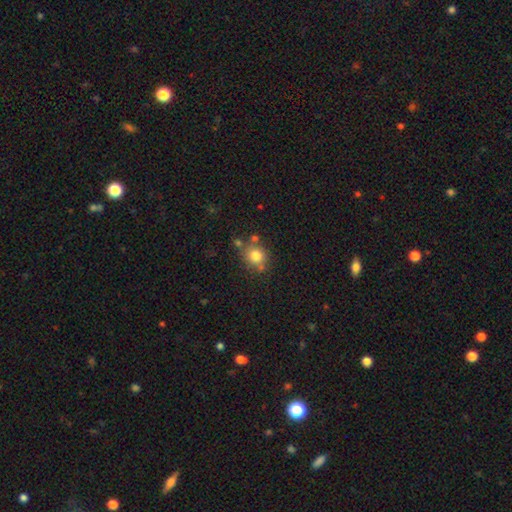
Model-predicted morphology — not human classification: Q: Smooth or featured?
A: smooth (79%); runner-up: star or artifact (12%)
Q: How rounded?
A: round (79%); runner-up: in between (20%)
Q: Merging?
A: none (68%); runner-up: minor disturbance (14%)